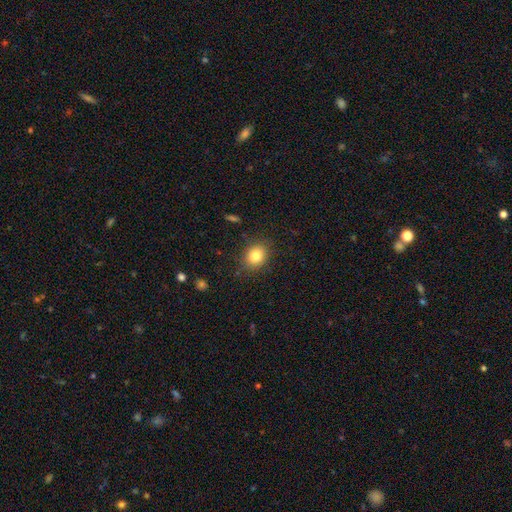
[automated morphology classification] Smooth or featured: smooth — 81% (star or artifact — 10%)
How rounded: round — 51% (in between — 48%)
Merging: none — 86% (minor disturbance — 10%)